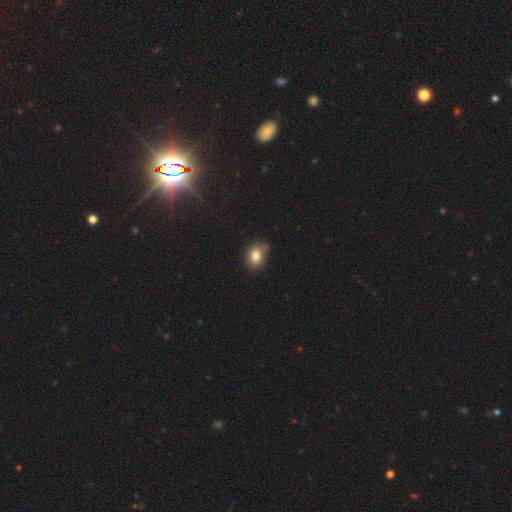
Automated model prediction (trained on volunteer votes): smooth 81%, star or artifact 10%, featured or disk 8%. Down the decision tree: how rounded — in between (57%); merging — none (64%).